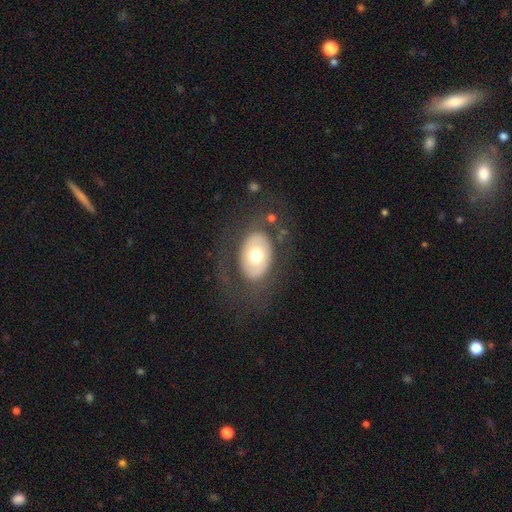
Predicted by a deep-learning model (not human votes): Overall: smooth (53%; featured or disk 40%). How rounded: in between (81%). Merging: none (74%).